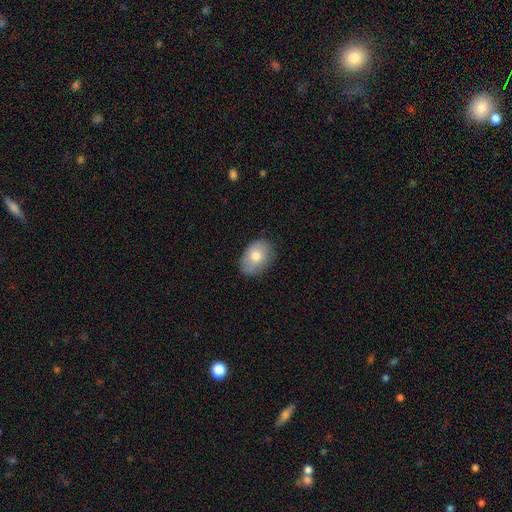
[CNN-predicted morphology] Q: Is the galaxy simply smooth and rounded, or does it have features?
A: smooth — 77%.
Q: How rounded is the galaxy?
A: in between — 80%.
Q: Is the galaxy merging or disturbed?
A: none — 77%.